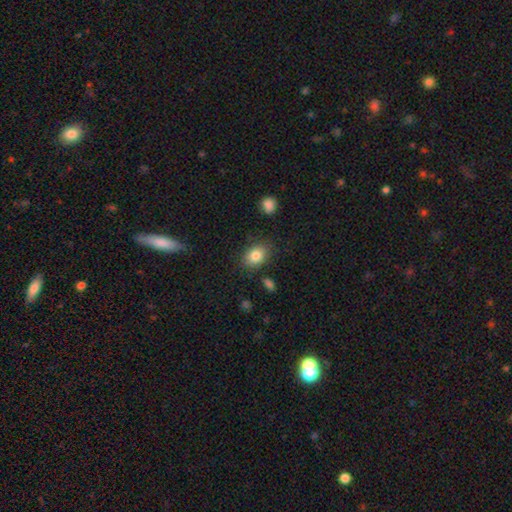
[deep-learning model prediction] smooth-or-featured: smooth: 83% | star or artifact: 9% | featured or disk: 8%
  how-rounded: in between: 74% | round: 25% | cigar-shaped: 1%
  merging: none: 80% | minor disturbance: 13% | major disturbance: 4% | merger: 3%